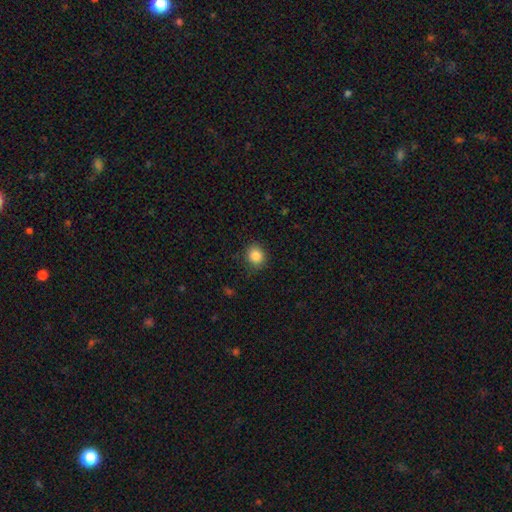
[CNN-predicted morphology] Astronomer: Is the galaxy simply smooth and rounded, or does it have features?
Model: smooth — 86%.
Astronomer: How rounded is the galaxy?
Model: round — 79%.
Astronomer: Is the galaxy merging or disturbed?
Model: none — 85%.